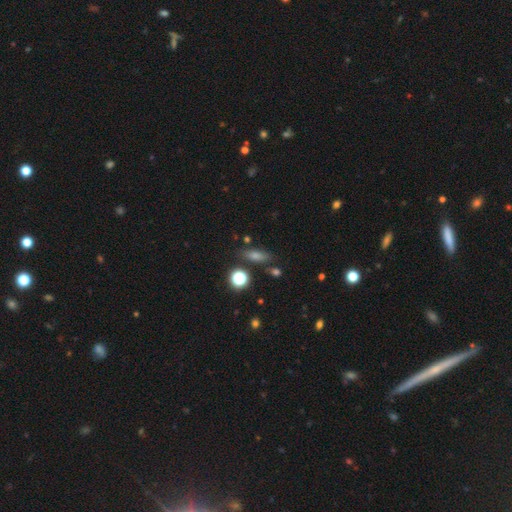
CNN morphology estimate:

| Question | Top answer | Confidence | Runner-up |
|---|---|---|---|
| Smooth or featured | smooth | 70% | star or artifact (16%) |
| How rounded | in between | 58% | cigar-shaped (31%) |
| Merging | none | 76% | minor disturbance (14%) |